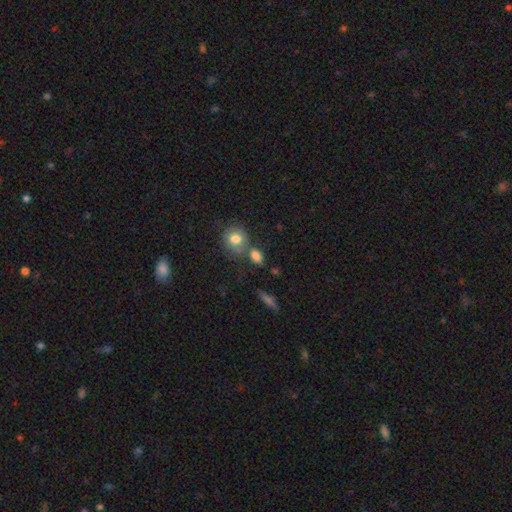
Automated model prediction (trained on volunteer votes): A smooth galaxy with no disk features (80%) that is in between round and cigar-shaped (65%).

Vote fractions:
- Smooth or featured? smooth: 80% / star or artifact: 11% / featured or disk: 9%
- How rounded? in between: 65% / round: 31% / cigar-shaped: 4%
- Merging? none: 58% / merger: 24% / minor disturbance: 13% / major disturbance: 5%